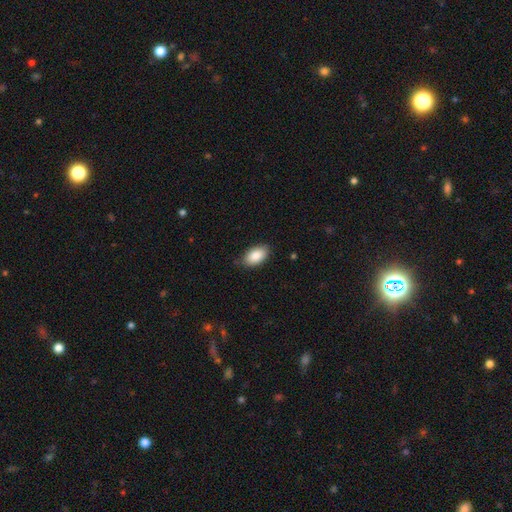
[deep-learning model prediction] Overall: smooth (88%). How rounded: in between (94%). Merging: none (80%).